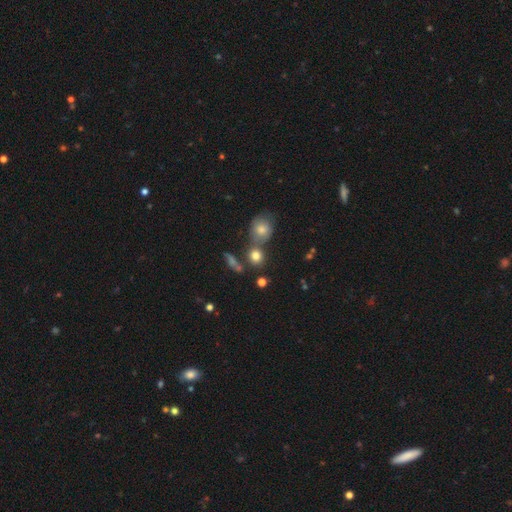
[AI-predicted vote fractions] A smooth galaxy with no disk features (78%) that is round (78%). Merging: none (55%).